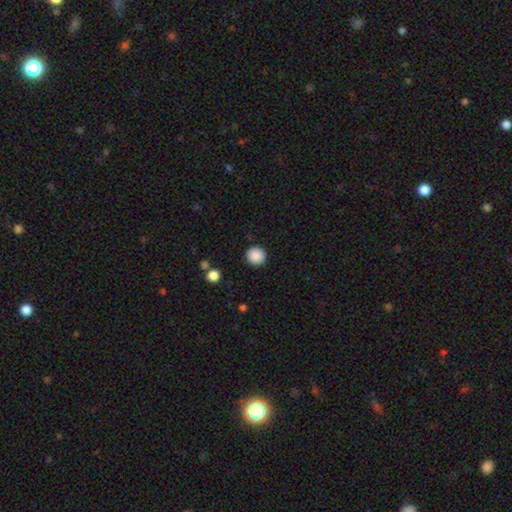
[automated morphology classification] This appears to be a smooth galaxy with no disk features (88%) that is round (94%). Merging: none (92%).